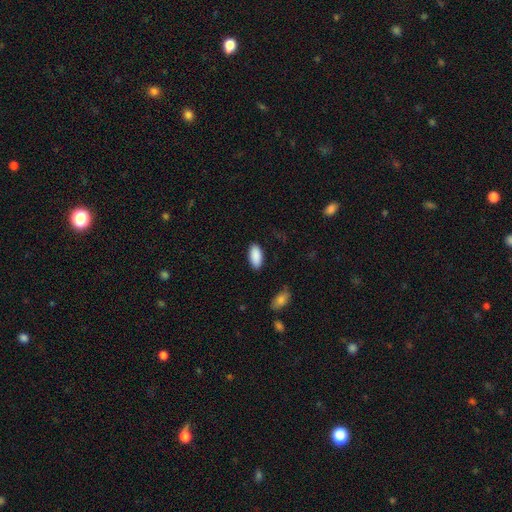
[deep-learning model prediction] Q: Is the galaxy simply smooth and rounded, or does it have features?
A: smooth — 90%.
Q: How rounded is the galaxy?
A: in between — 92%.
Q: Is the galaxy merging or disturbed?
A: none — 87%.